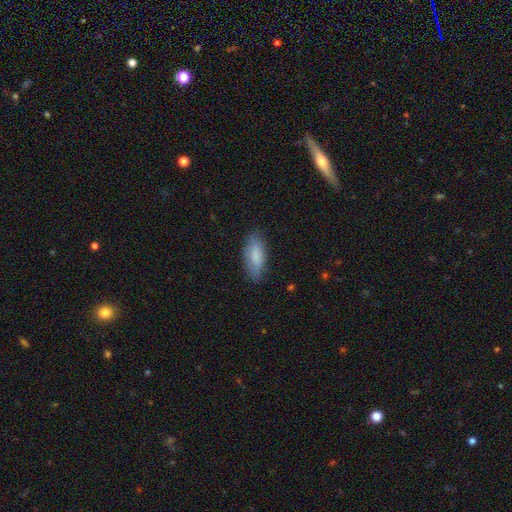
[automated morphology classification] smooth-or-featured: smooth: 81% | featured or disk: 12% | star or artifact: 6%
  how-rounded: in between: 74% | cigar-shaped: 24% | round: 2%
  merging: none: 78% | minor disturbance: 17% | major disturbance: 4% | merger: 1%